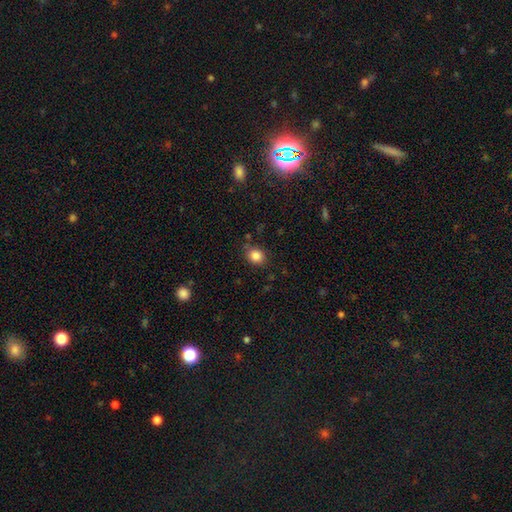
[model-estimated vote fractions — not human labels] A smooth galaxy with no disk features (84%) that is round (57%).

Vote fractions:
- Smooth or featured? smooth: 84% / star or artifact: 10% / featured or disk: 5%
- How rounded? round: 57% / in between: 42% / cigar-shaped: 1%
- Merging? none: 80% / minor disturbance: 14% / major disturbance: 3% / merger: 3%